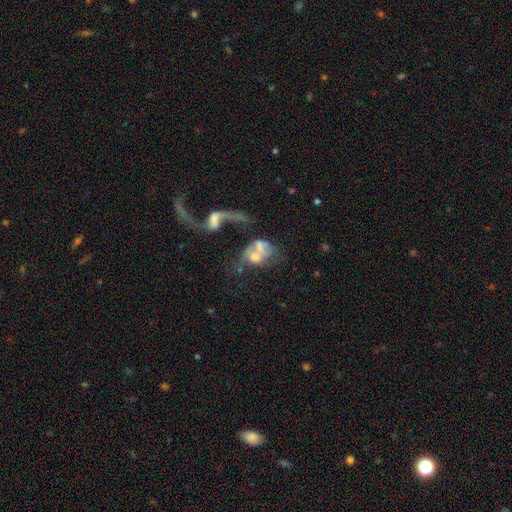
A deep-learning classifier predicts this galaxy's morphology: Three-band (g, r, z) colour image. It shows a featured or disk galaxy (56%) with no bar (72%), no spiral arms (61%) and a moderate central bulge (36%). Merging: merger (60%).